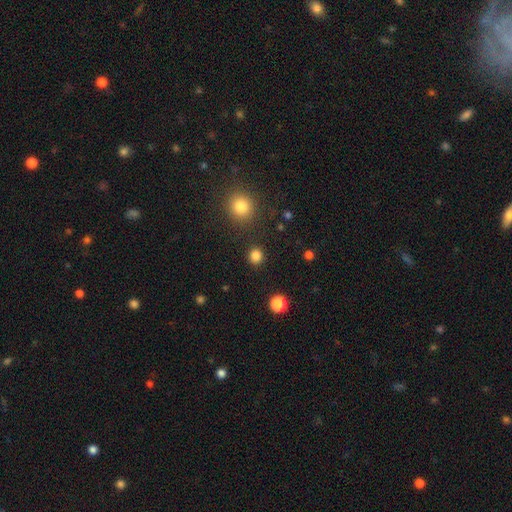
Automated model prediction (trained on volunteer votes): A smooth galaxy with no disk features (84%) that is round (88%). Merging: none (90%).